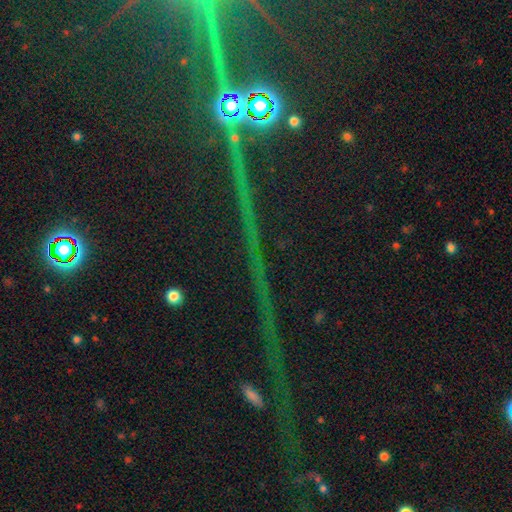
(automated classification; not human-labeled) The model was most divided on "smooth or featured": star or artifact: 79%, featured or disk: 12%, smooth: 9%.